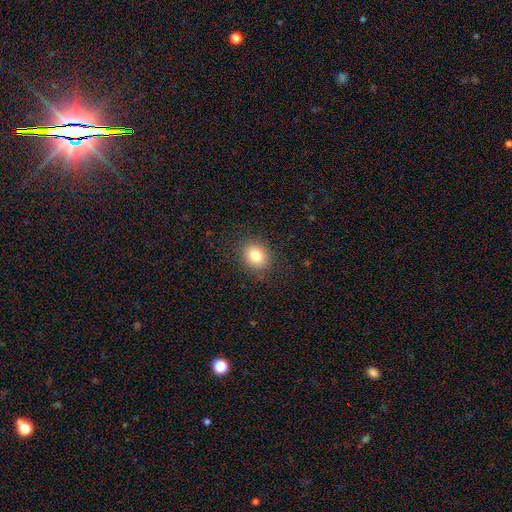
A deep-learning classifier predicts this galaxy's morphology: The model was most divided on "how rounded": round: 57%, in between: 42%, cigar-shaped: 1%. More confident: merging — none (87%); smooth or featured — smooth (82%).